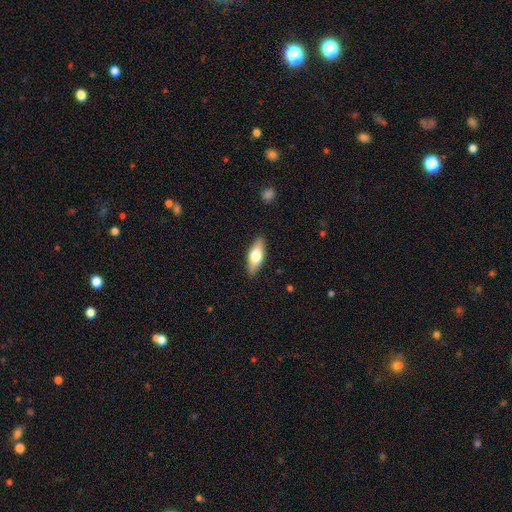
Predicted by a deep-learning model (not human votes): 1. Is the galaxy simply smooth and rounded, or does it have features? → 60% smooth, 34% featured or disk, 6% star or artifact.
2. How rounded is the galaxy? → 68% in between, 29% cigar-shaped, 3% round.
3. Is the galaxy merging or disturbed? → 88% none, 9% minor disturbance, 2% major disturbance, 1% merger.